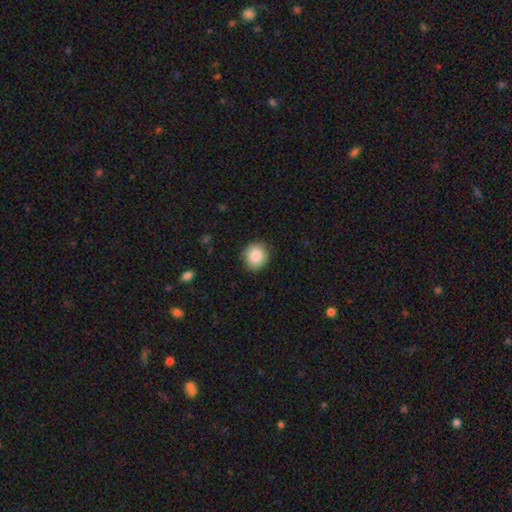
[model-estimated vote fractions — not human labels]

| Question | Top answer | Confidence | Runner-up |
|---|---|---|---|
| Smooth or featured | smooth | 87% | star or artifact (8%) |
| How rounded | round | 83% | in between (17%) |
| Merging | none | 86% | minor disturbance (11%) |